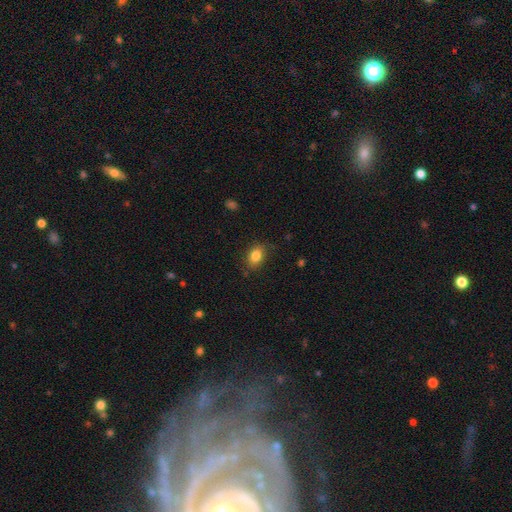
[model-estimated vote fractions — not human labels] smooth 84%, star or artifact 9%, featured or disk 7%. Down the decision tree: how rounded — in between (74%); merging — none (81%).